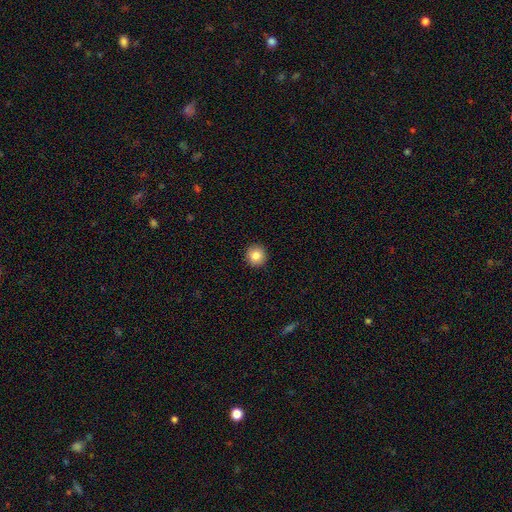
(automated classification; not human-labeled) Q: Smooth or featured?
A: smooth (83%); runner-up: star or artifact (9%)
Q: How rounded?
A: round (95%); runner-up: in between (4%)
Q: Merging?
A: none (93%); runner-up: minor disturbance (5%)